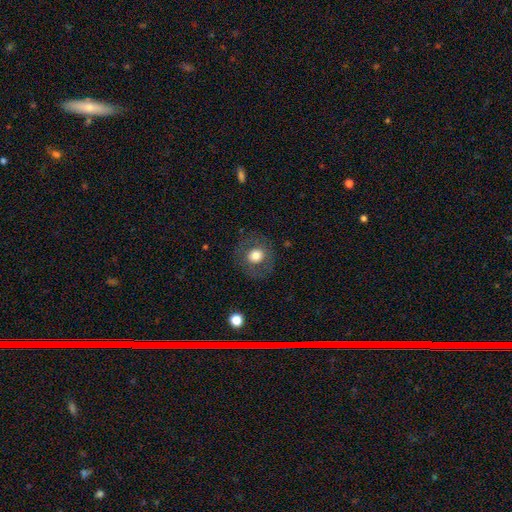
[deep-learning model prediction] A smooth galaxy with no disk features (68%) that is round (87%). Merging: none (83%).